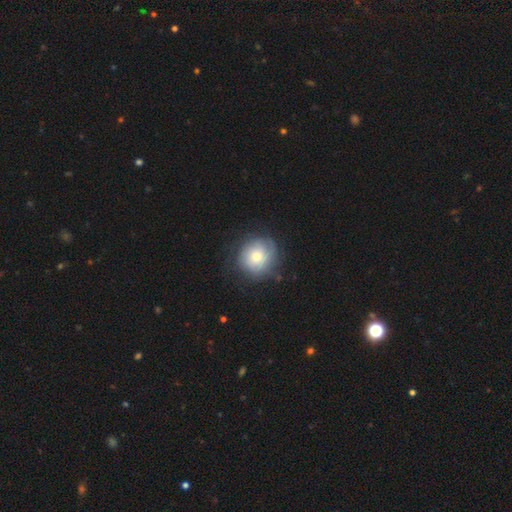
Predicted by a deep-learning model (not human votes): Q: Smooth or featured?
A: smooth (63%); runner-up: featured or disk (29%)
Q: How rounded?
A: round (89%); runner-up: in between (10%)
Q: Merging?
A: none (73%); runner-up: minor disturbance (18%)